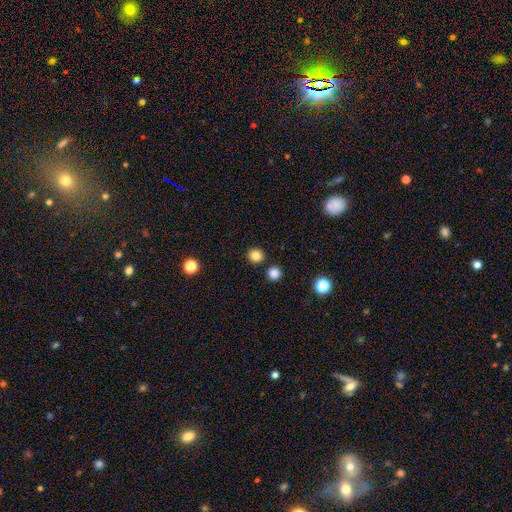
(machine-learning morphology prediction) This is clearly a smooth galaxy (84%). How rounded: clearly round (89%). Merging: clearly none (88%).